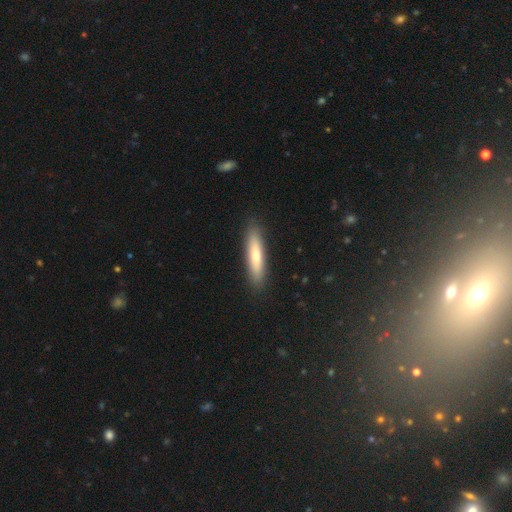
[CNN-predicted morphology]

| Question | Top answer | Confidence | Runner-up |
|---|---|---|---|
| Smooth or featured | smooth | 72% | featured or disk (23%) |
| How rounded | cigar-shaped | 81% | in between (17%) |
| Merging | none | 89% | minor disturbance (8%) |